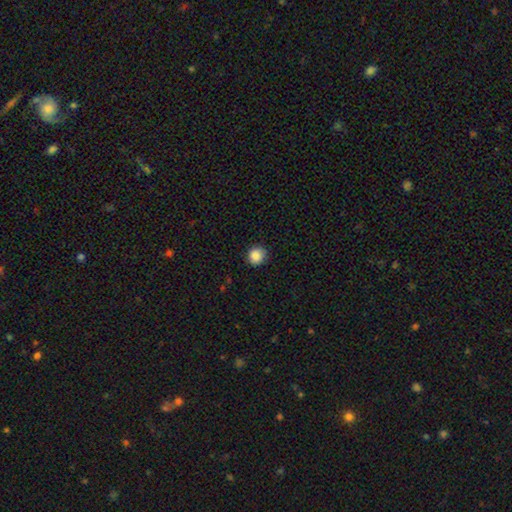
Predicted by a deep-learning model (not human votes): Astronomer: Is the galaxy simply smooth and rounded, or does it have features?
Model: smooth — 88%.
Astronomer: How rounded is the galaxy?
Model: round — 90%.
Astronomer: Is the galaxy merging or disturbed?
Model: none — 88%.